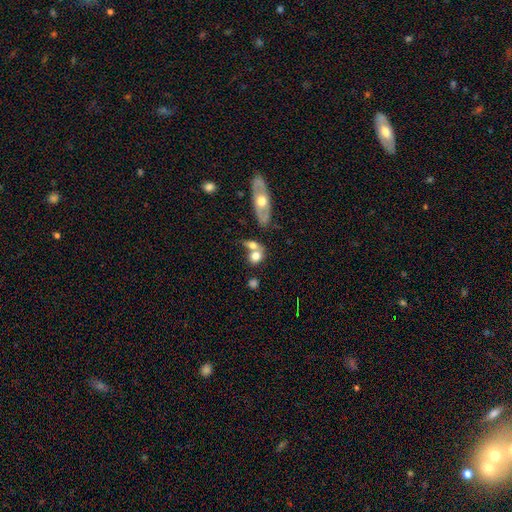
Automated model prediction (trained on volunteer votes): Smooth or featured?
  - smooth: 69% *
  - featured or disk: 23%
  - star or artifact: 8%
How rounded?
  - round: 49% *
  - in between: 47%
  - cigar-shaped: 4%
Merging?
  - merger: 43% *
  - none: 39%
  - minor disturbance: 12%
  - major disturbance: 6%